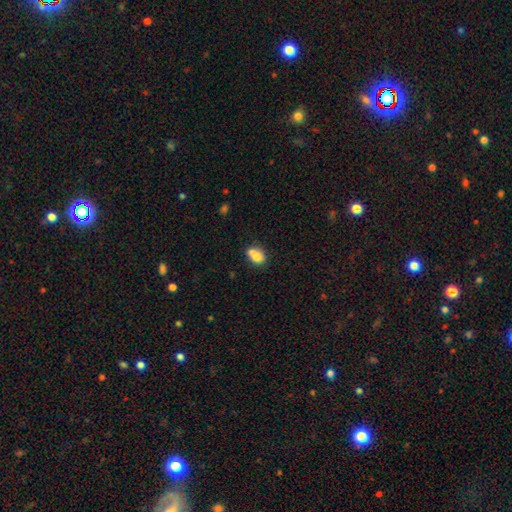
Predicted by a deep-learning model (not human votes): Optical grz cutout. It shows a smooth galaxy with no disk features (73%) that is in between round and cigar-shaped (65%). Merging: merger (50%).